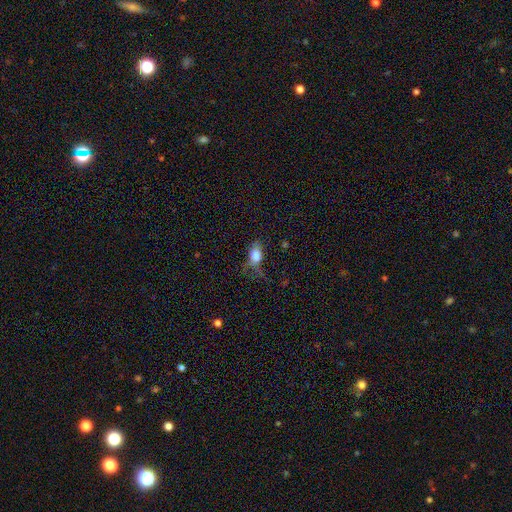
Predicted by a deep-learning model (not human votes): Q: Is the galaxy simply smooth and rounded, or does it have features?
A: smooth — 76%.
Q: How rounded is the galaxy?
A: in between — 80%.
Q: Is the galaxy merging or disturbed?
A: none — 40%.